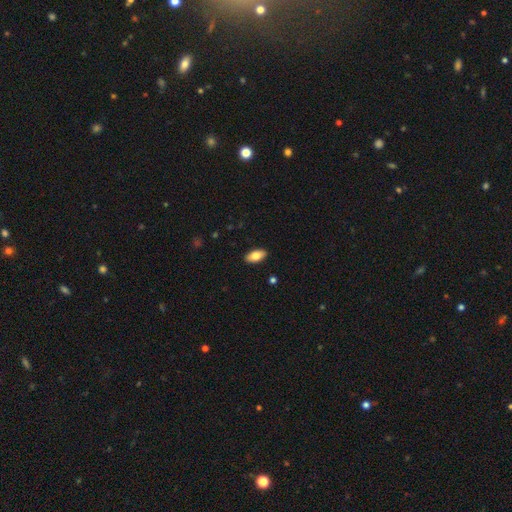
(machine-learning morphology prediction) Smooth or featured? Predicted: smooth (p=0.81). How rounded? Predicted: in between (p=0.92). Merging? Predicted: none (p=0.90).